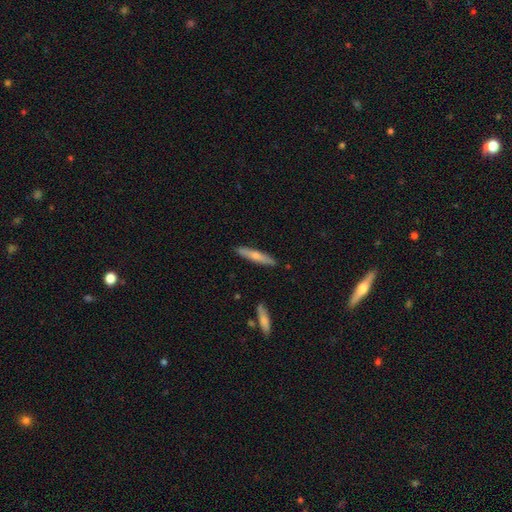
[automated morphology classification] This is possibly a smooth galaxy (58%). How rounded: clearly cigar-shaped (89%). Merging: clearly none (88%).